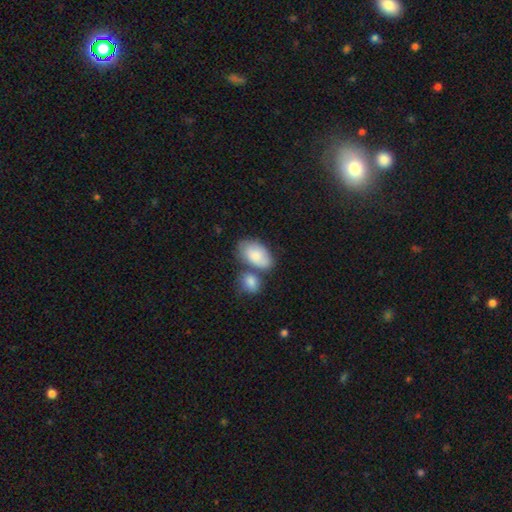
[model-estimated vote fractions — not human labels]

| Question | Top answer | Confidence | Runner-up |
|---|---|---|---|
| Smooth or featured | smooth | 76% | featured or disk (18%) |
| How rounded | in between | 92% | round (6%) |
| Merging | none | 45% | merger (32%) |